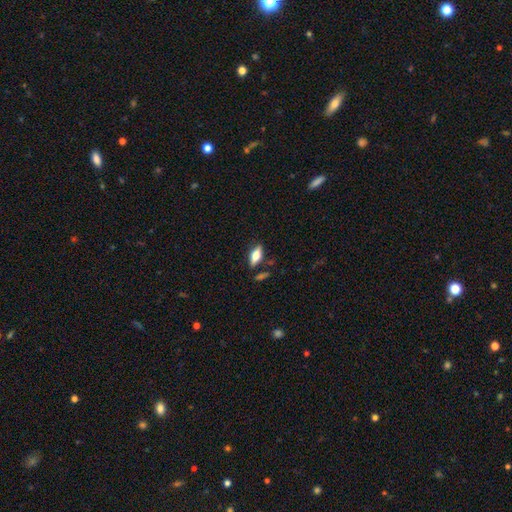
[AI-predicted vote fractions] smooth 56%, featured or disk 37%, star or artifact 7%. Down the decision tree: how rounded — in between (73%); merging — none (80%).